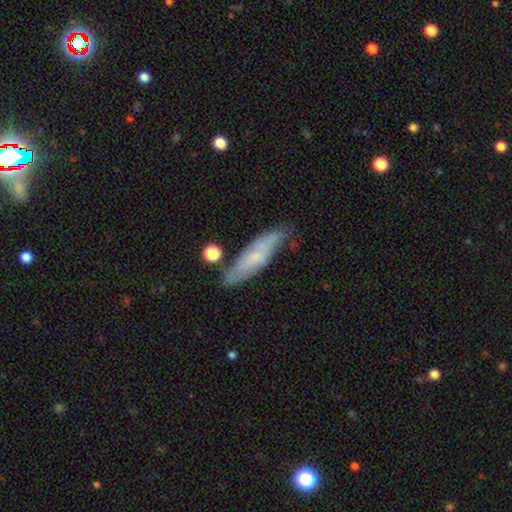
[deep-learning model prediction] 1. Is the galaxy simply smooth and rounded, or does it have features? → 57% smooth, 36% featured or disk, 7% star or artifact.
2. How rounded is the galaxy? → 69% cigar-shaped, 29% in between, 2% round.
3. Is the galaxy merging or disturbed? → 70% none, 21% minor disturbance, 5% major disturbance, 4% merger.